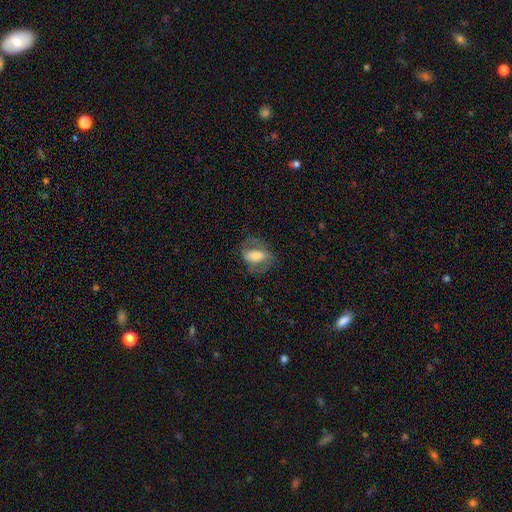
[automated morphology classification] Q: Smooth or featured?
A: featured or disk (47%); runner-up: smooth (45%)
Q: Merging?
A: none (59%); runner-up: minor disturbance (21%)